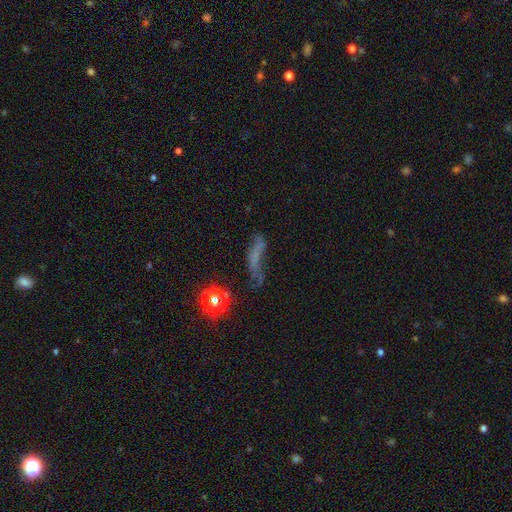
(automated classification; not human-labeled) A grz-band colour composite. It shows a smooth galaxy with no disk features (41%). Merging: none (37%).